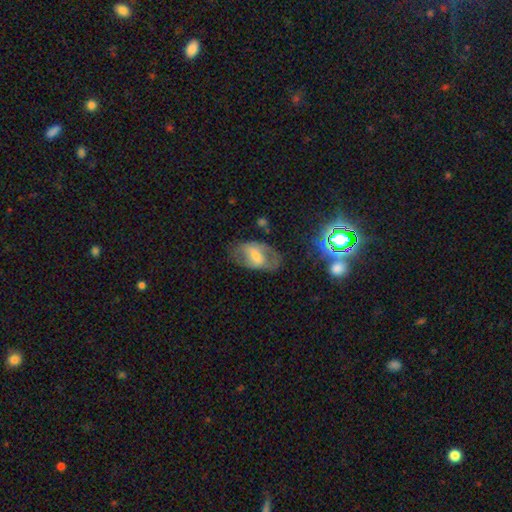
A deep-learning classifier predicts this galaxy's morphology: Q: Smooth or featured?
A: featured or disk (49%); runner-up: smooth (41%)
Q: Merging?
A: none (58%); runner-up: minor disturbance (23%)